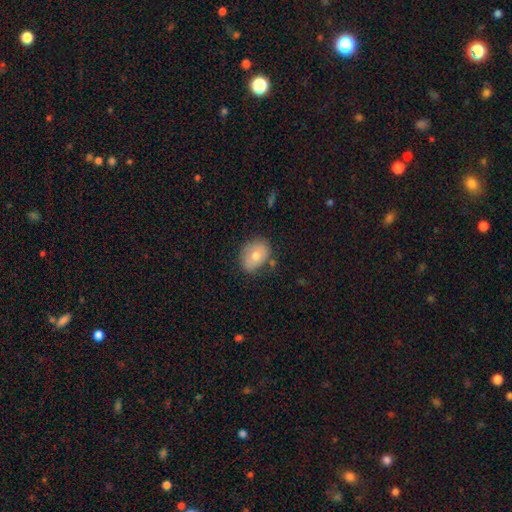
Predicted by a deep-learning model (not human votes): Smooth or featured? Predicted: smooth (p=0.67). How rounded? Predicted: in between (p=0.62). Merging? Predicted: none (p=0.74).